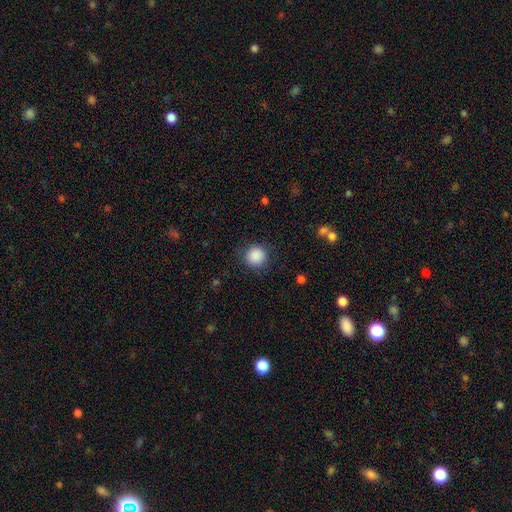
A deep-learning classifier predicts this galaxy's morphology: The model was most divided on "merging": none: 87%, minor disturbance: 9%, major disturbance: 4%, merger: 1%. More confident: how rounded — round (93%); smooth or featured — smooth (88%).